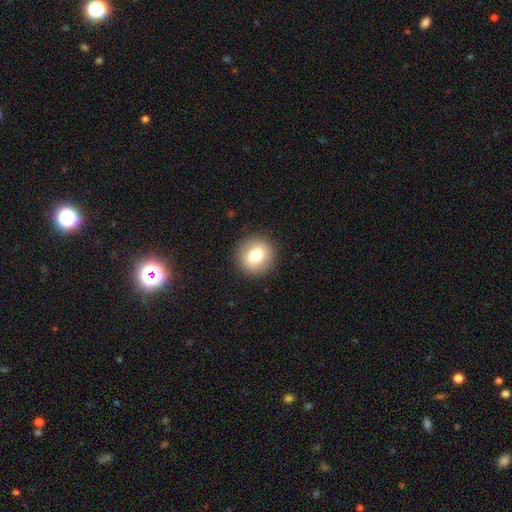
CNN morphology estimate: This appears to be a smooth galaxy with no disk features (77%) that is round (92%). Merging: none (91%).